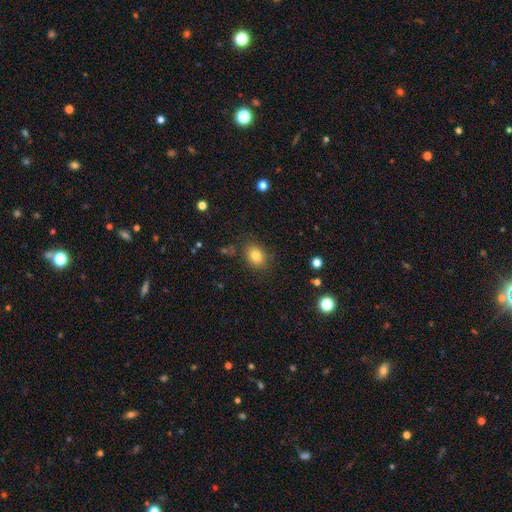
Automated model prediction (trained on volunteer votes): smooth_or_featured: smooth (p=0.81) [alt: star or artifact p=0.11]
how_rounded: in between (p=0.62) [alt: round p=0.37]
merging: none (p=0.83) [alt: minor disturbance p=0.12]